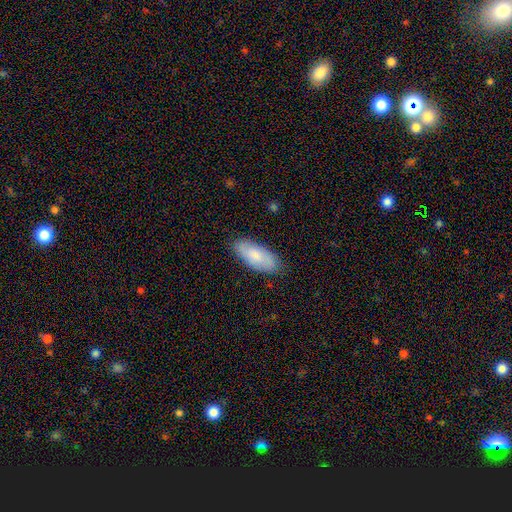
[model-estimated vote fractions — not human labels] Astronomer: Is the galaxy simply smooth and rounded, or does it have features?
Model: smooth — 76%.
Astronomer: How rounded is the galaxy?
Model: in between — 86%.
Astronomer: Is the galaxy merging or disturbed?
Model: none — 83%.